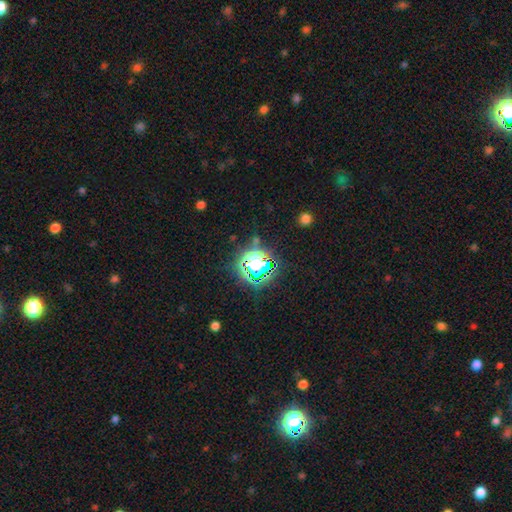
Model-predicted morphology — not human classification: smooth-or-featured: star or artifact: 76% | smooth: 16% | featured or disk: 8%